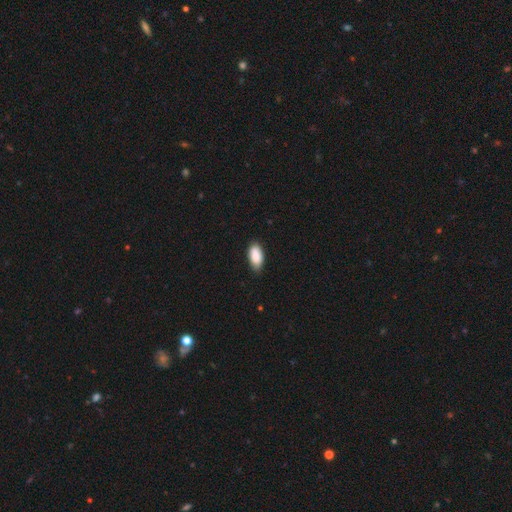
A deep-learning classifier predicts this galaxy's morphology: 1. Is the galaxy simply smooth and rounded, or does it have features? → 88% smooth, 6% star or artifact, 5% featured or disk.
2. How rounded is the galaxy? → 92% in between, 5% cigar-shaped, 3% round.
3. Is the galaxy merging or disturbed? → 78% none, 18% minor disturbance, 2% major disturbance, 1% merger.